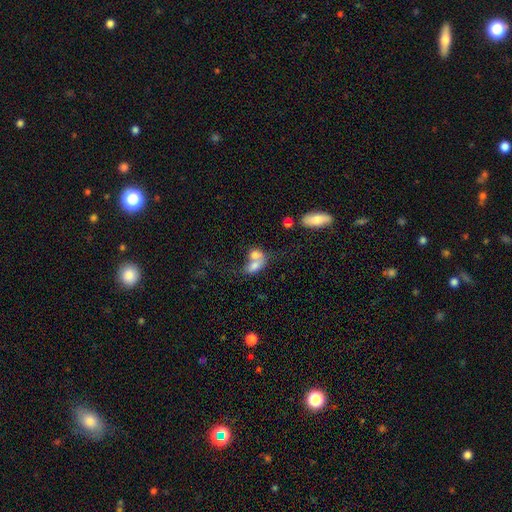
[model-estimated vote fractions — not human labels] The model was most divided on "smooth or featured": smooth: 67%, featured or disk: 23%, star or artifact: 10%. More confident: merging — merger (73%); how rounded — in between (72%).